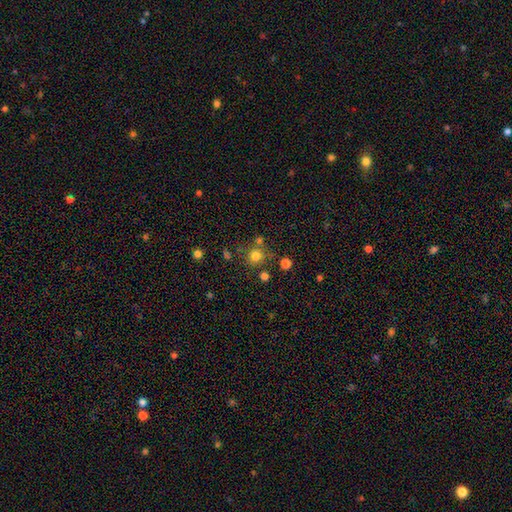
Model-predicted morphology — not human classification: Overall: smooth (78%). How rounded: round (92%). Merging: none (74%).